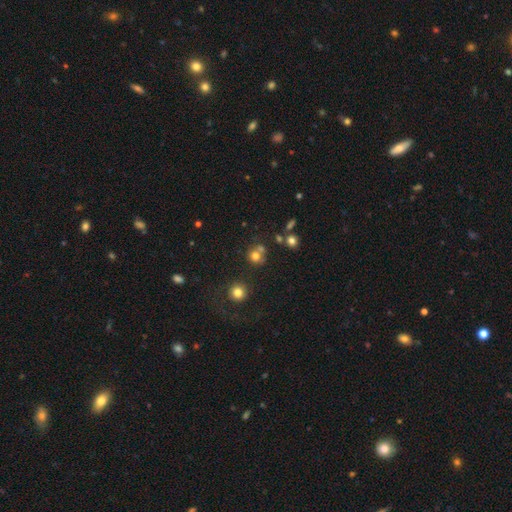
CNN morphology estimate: type=smooth (71%); roundness=round (85%); merging=none (55%).